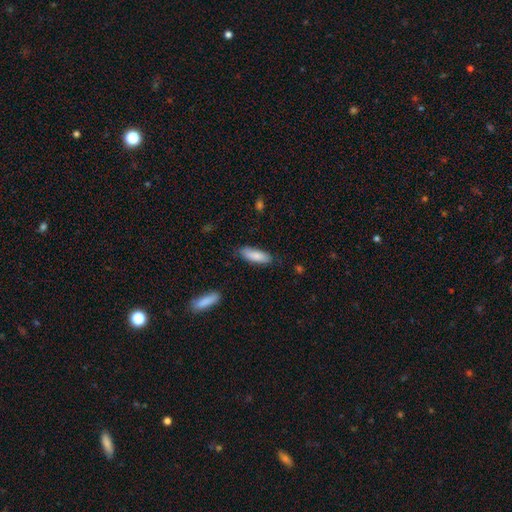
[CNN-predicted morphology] A smooth galaxy with no disk features (84%) that is in between round and cigar-shaped (59%).

Vote fractions:
- Smooth or featured? smooth: 84% / featured or disk: 11% / star or artifact: 6%
- How rounded? in between: 59% / cigar-shaped: 40% / round: 2%
- Merging? none: 79% / minor disturbance: 16% / major disturbance: 3% / merger: 2%